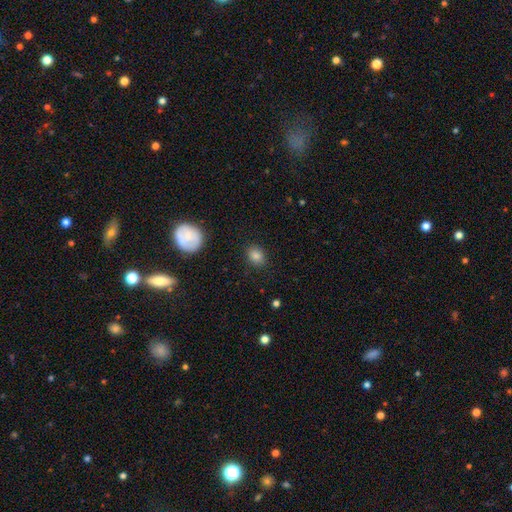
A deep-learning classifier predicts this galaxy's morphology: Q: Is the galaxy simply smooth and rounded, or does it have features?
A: smooth — 82%.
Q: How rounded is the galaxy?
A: round — 49%, tied with in between.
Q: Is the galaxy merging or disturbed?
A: none — 87%.